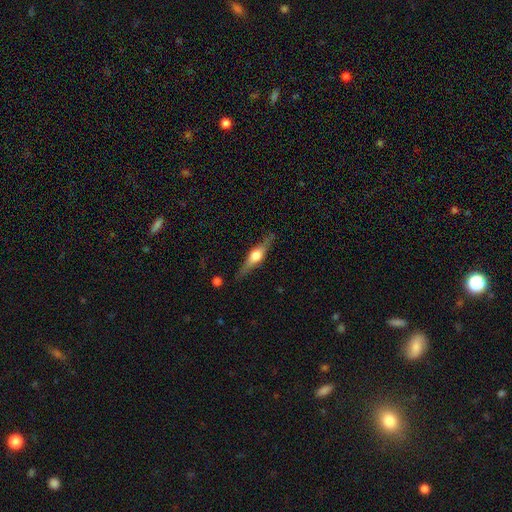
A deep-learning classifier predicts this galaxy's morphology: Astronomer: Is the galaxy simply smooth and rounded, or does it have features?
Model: featured or disk — 67%.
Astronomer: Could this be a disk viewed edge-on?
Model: yes — 95%.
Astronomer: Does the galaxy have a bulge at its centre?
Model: rounded — 92%.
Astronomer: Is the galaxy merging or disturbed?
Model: none — 82%.